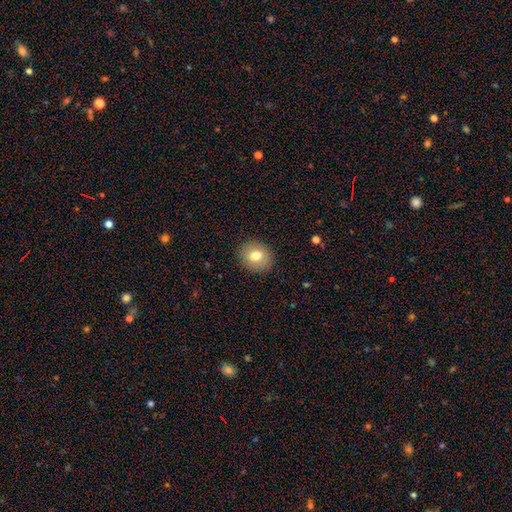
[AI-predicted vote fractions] Smooth or featured: smooth — 77% (featured or disk — 14%)
How rounded: round — 71% (in between — 28%)
Merging: none — 89% (minor disturbance — 7%)